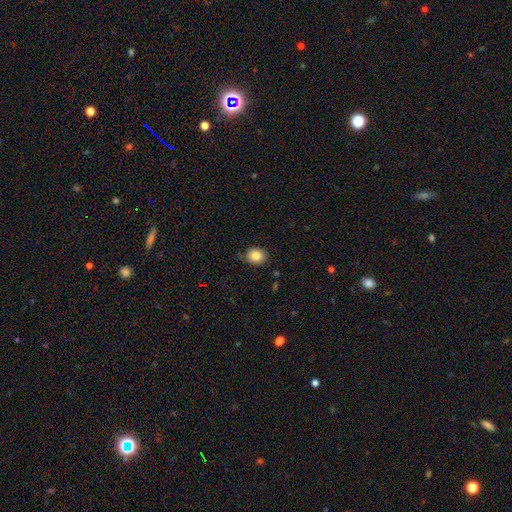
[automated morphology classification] smooth 84%, star or artifact 9%, featured or disk 8%. Down the decision tree: how rounded — round (64%); merging — none (73%).